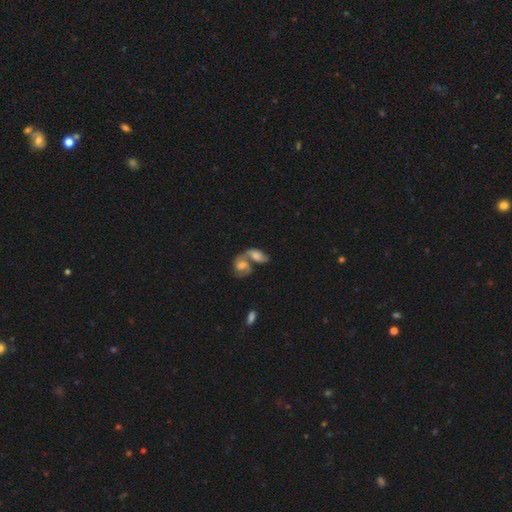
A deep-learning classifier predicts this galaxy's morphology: The model was most divided on "smooth or featured": featured or disk: 49%, smooth: 41%, star or artifact: 10%. More confident: merging — merger (67%).